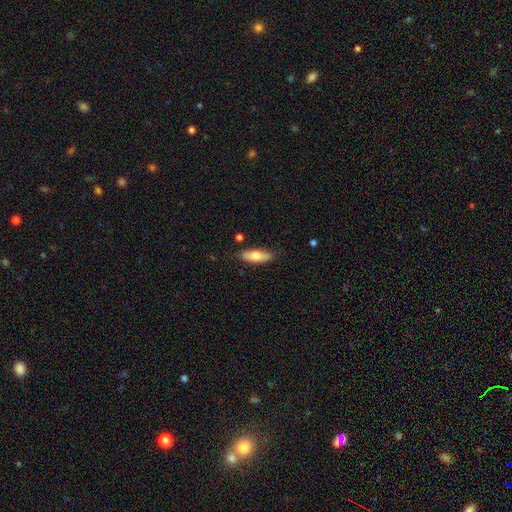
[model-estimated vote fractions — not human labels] Morphology: type=smooth (69%); roundness=in between (67%); merging=none (81%).